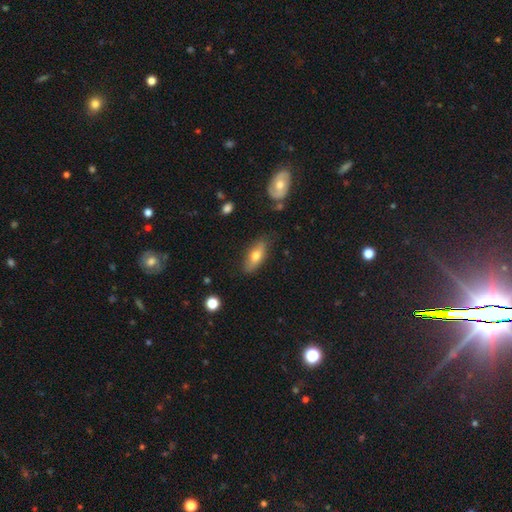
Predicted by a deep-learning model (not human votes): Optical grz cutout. It shows a smooth galaxy with no disk features (69%) that is in between round and cigar-shaped (73%). Merging: none (80%).